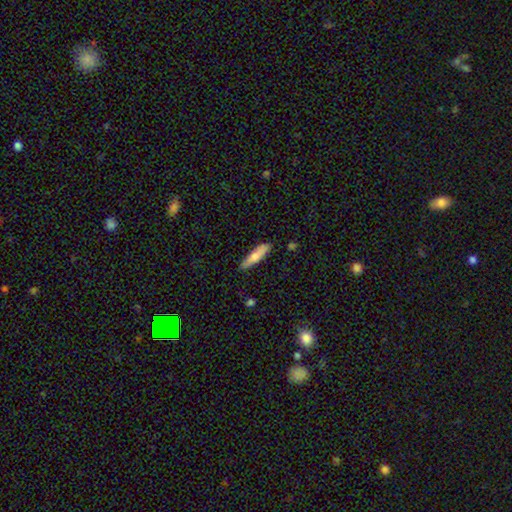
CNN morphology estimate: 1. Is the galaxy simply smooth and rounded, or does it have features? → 75% smooth, 19% featured or disk, 6% star or artifact.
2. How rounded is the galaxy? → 75% cigar-shaped, 23% in between, 2% round.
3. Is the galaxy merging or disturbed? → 83% none, 13% minor disturbance, 2% major disturbance, 2% merger.